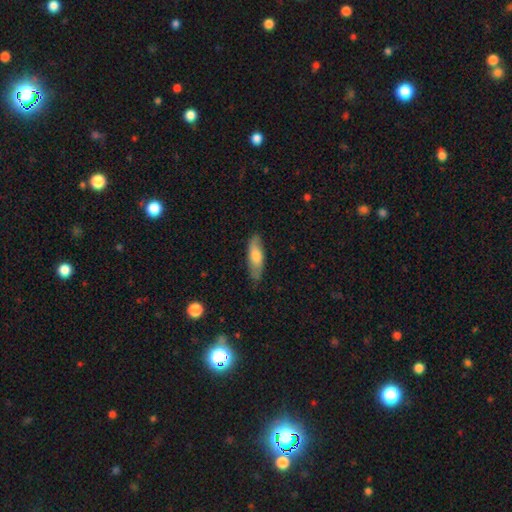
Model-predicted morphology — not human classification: The model was most divided on "how rounded": in between: 58%, cigar-shaped: 40%, round: 2%. More confident: merging — none (80%); smooth or featured — smooth (69%).